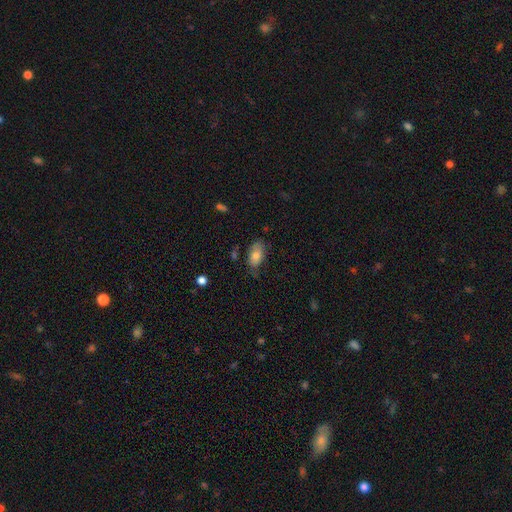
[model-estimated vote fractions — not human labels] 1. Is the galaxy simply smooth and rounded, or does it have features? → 76% smooth, 16% featured or disk, 8% star or artifact.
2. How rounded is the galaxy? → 91% in between, 5% round, 4% cigar-shaped.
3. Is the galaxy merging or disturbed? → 65% none, 26% minor disturbance, 7% major disturbance, 2% merger.